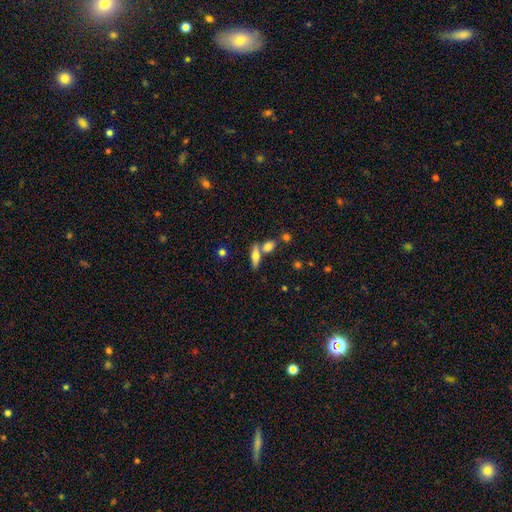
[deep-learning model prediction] smooth-or-featured: smooth: 61% | featured or disk: 30% | star or artifact: 9%
  how-rounded: cigar-shaped: 49% | in between: 45% | round: 5%
  merging: none: 56% | merger: 29% | minor disturbance: 10% | major disturbance: 4%